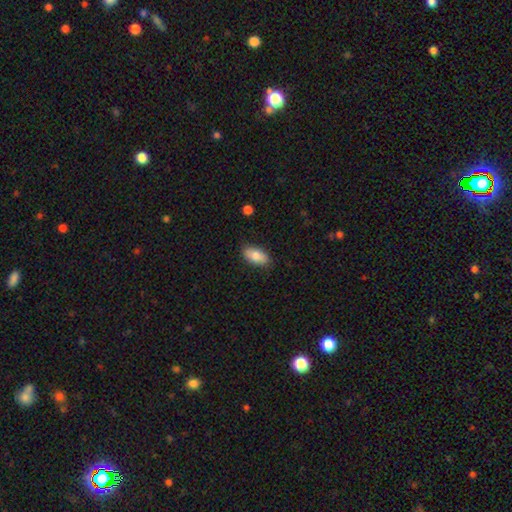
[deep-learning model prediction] A smooth galaxy with no disk features (81%) that is in between round and cigar-shaped (91%). Merging: none (84%).